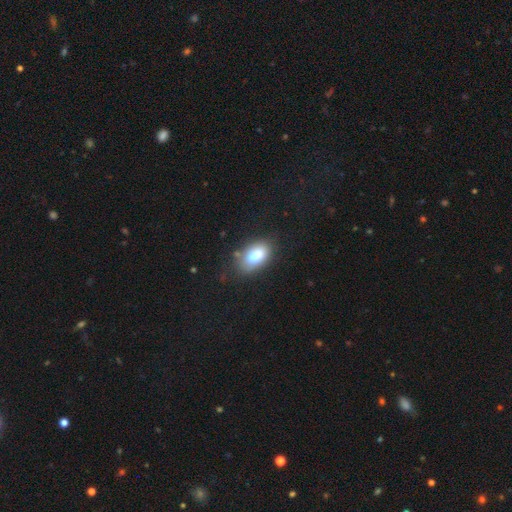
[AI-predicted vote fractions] Overall: smooth (79%). How rounded: in between (91%). Merging: none (68%).